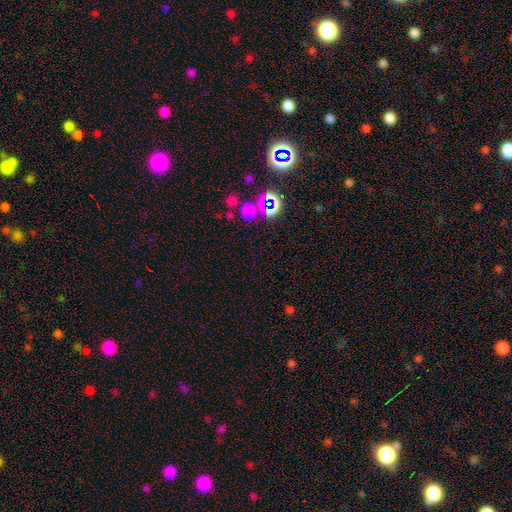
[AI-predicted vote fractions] This appears to be a star or artifact, not a galaxy (52%).